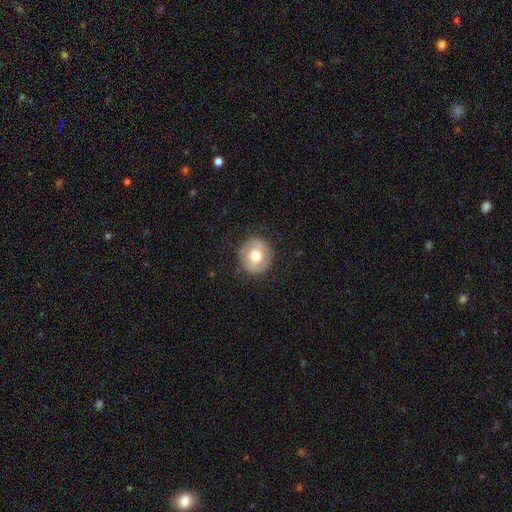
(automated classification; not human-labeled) The model was most divided on "smooth or featured": smooth: 62%, featured or disk: 31%, star or artifact: 7%. More confident: how rounded — round (89%); merging — none (84%).